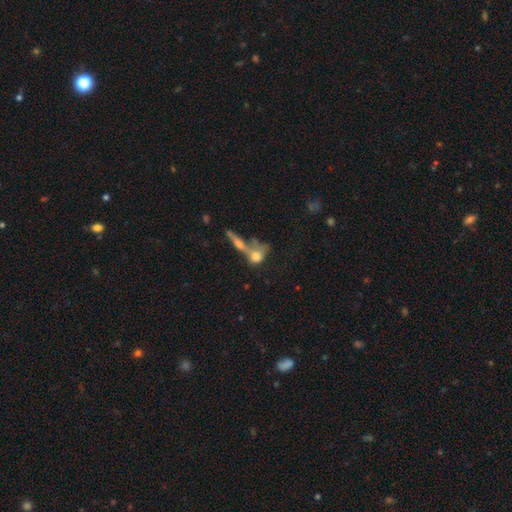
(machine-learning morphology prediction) smooth-or-featured: smooth: 57% | featured or disk: 32% | star or artifact: 11%
  how-rounded: in between: 50% | round: 36% | cigar-shaped: 14%
  merging: merger: 51% | none: 25% | major disturbance: 13% | minor disturbance: 11%